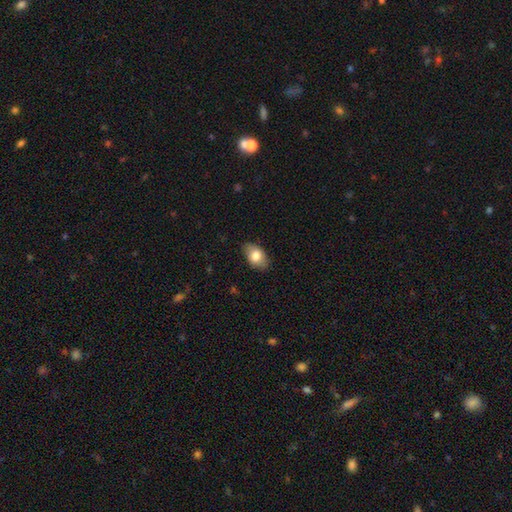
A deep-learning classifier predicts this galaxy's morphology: This is likely a smooth galaxy (79%). How rounded: clearly in between (90%). Merging: clearly none (84%).